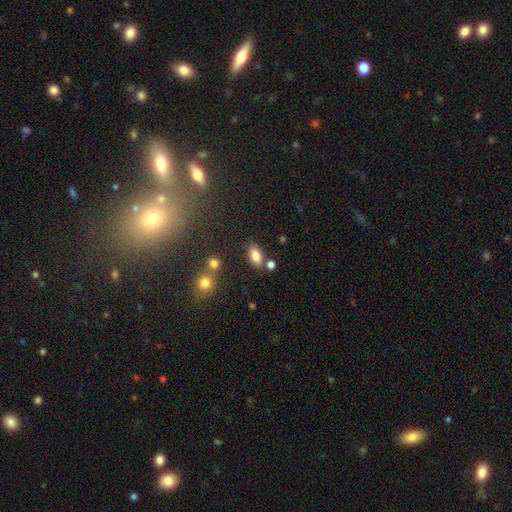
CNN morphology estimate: type=smooth (82%); roundness=in between (90%); merging=none (75%).